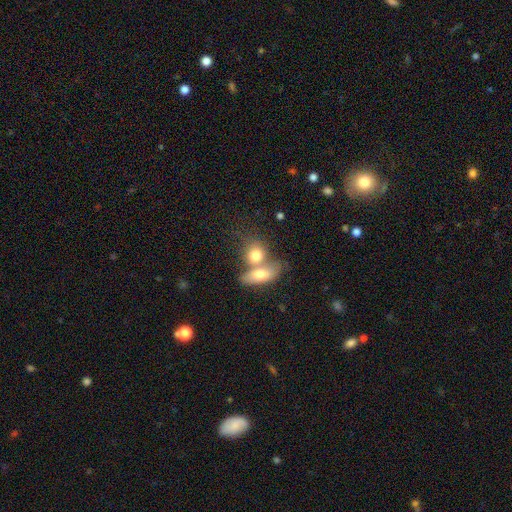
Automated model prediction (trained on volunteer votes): Smooth or featured? smooth (74%)
How rounded? in between (57%)
Merging? merger (61%)